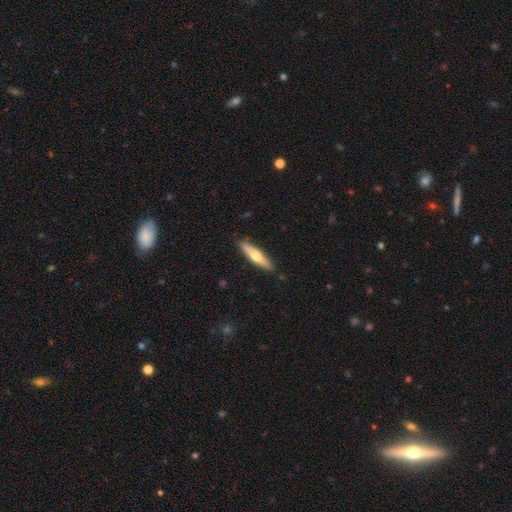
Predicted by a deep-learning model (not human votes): Smooth or featured: smooth — 54% (featured or disk — 41%)
How rounded: cigar-shaped — 78% (in between — 21%)
Merging: none — 88% (minor disturbance — 9%)